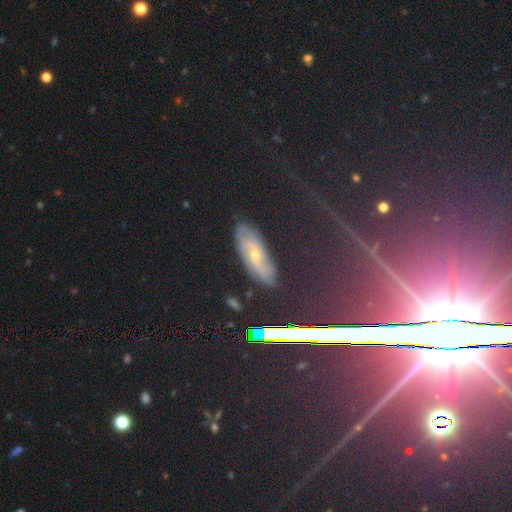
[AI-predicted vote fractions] smooth_or_featured: featured or disk (p=0.41) [alt: star or artifact p=0.34]
merging: none (p=0.83) [alt: minor disturbance p=0.13]